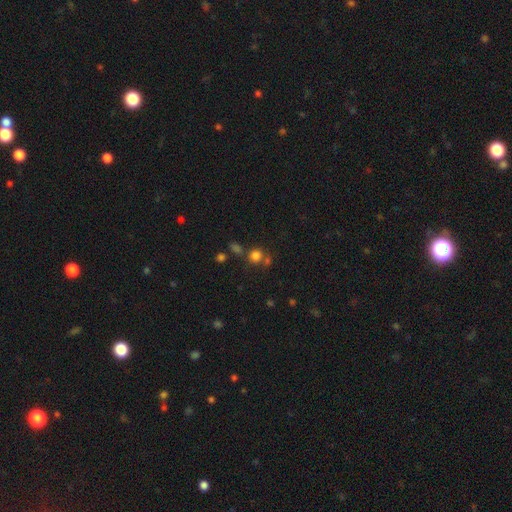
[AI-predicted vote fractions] This appears to be a smooth galaxy with no disk features (75%) that is round (85%). Merging: none (64%).